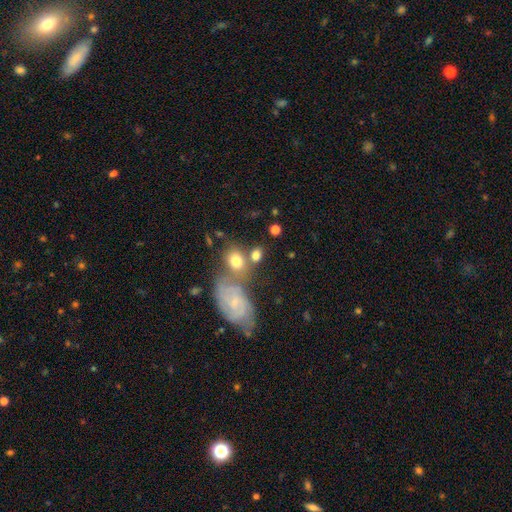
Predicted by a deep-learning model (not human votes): Q: Smooth or featured?
A: smooth (64%); runner-up: featured or disk (26%)
Q: How rounded?
A: in between (51%); runner-up: round (47%)
Q: Merging?
A: none (55%); runner-up: merger (26%)